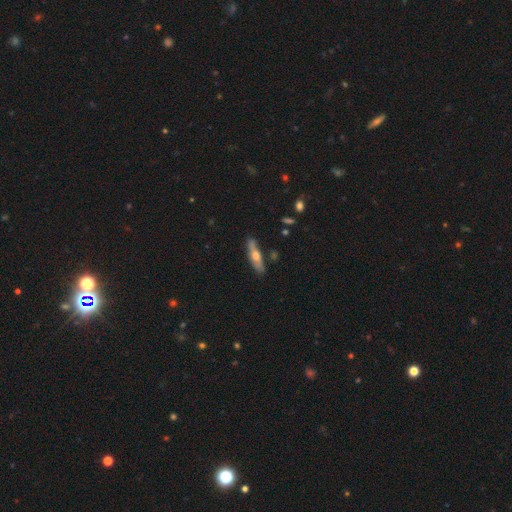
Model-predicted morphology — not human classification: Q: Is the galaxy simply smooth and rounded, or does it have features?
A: featured or disk — 49%.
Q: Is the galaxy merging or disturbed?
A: none — 83%.